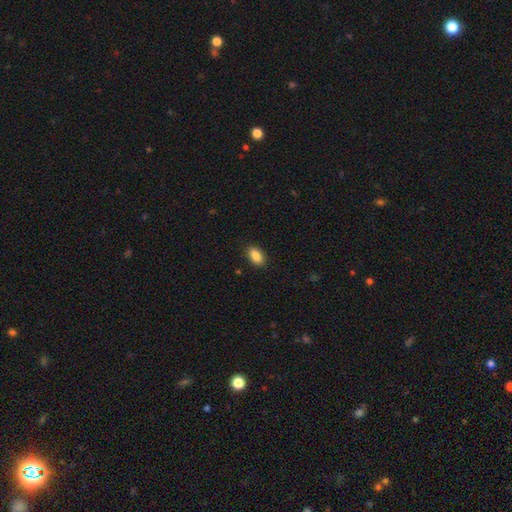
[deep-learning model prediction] Overall: smooth (88%). How rounded: in between (91%). Merging: none (88%).